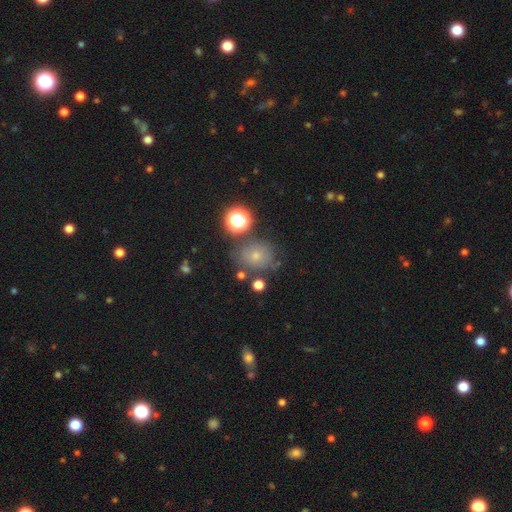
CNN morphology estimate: A smooth galaxy with no disk features (62%) that is round (68%). Merging: none (65%).